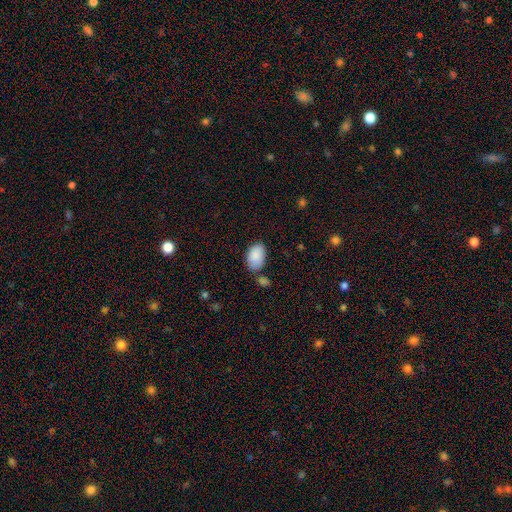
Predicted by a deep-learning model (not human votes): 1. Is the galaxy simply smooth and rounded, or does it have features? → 89% smooth, 6% star or artifact, 5% featured or disk.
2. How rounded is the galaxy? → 91% in between, 8% round, 1% cigar-shaped.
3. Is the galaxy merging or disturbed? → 65% none, 20% minor disturbance, 10% merger, 5% major disturbance.